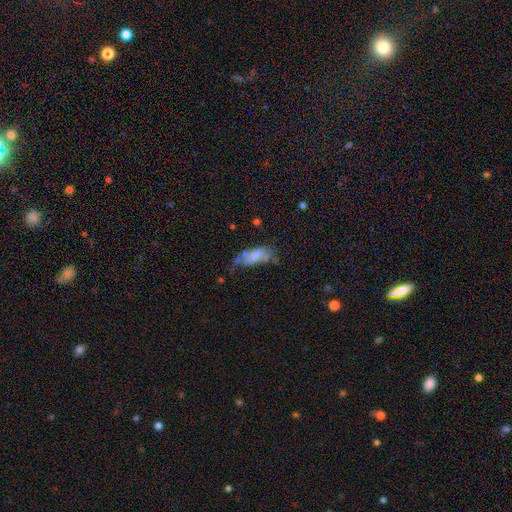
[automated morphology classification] Smooth or featured? Predicted: smooth (p=0.52). How rounded? Predicted: in between (p=0.77). Merging? Predicted: none (p=0.31).